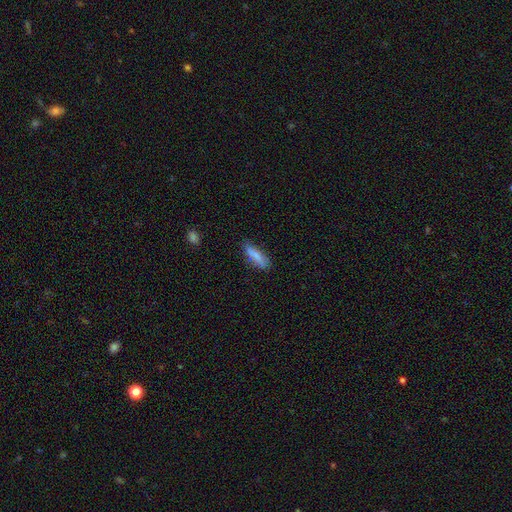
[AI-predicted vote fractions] This is likely a smooth galaxy (77%). How rounded: likely cigar-shaped (64%). Merging: likely none (70%).